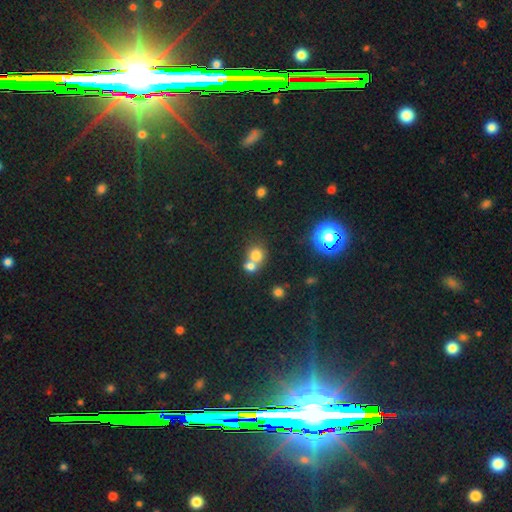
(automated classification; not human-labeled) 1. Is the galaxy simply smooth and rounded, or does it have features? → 73% smooth, 16% star or artifact, 11% featured or disk.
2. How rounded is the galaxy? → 78% round, 21% in between, 1% cigar-shaped.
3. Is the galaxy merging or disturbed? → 57% merger, 35% none, 6% minor disturbance, 3% major disturbance.